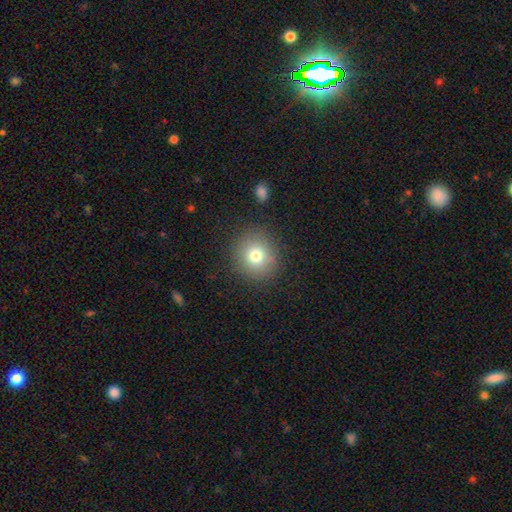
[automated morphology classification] This is likely a smooth galaxy (75%). How rounded: clearly round (90%). Merging: clearly none (87%).